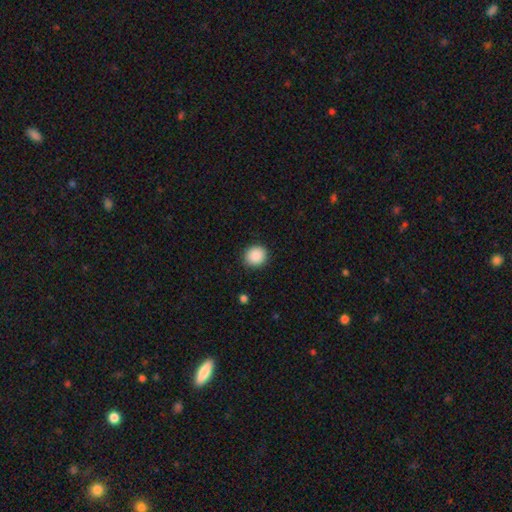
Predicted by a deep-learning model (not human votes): Smooth or featured? Predicted: smooth (p=0.89). How rounded? Predicted: round (p=0.87). Merging? Predicted: none (p=0.91).